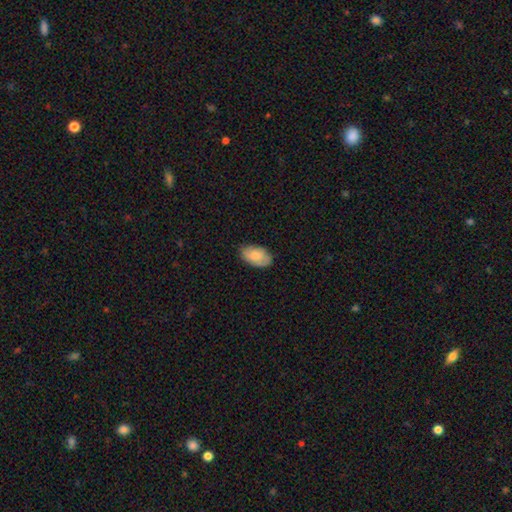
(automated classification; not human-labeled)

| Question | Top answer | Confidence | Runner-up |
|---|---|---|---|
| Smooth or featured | smooth | 80% | featured or disk (14%) |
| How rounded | in between | 94% | round (4%) |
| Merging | none | 76% | minor disturbance (19%) |